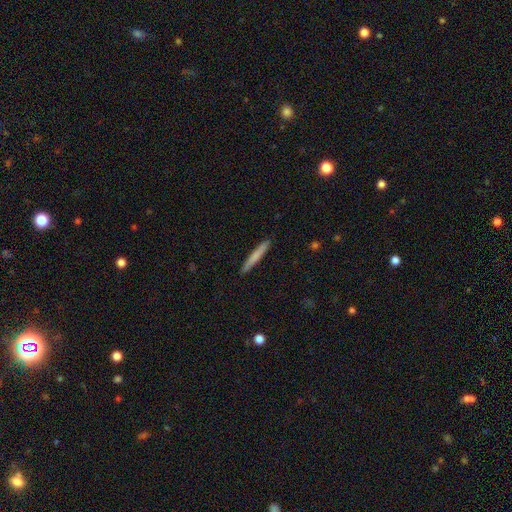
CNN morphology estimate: Smooth or featured: smooth — 71% (featured or disk — 23%)
How rounded: cigar-shaped — 96% (in between — 3%)
Merging: none — 92% (minor disturbance — 6%)